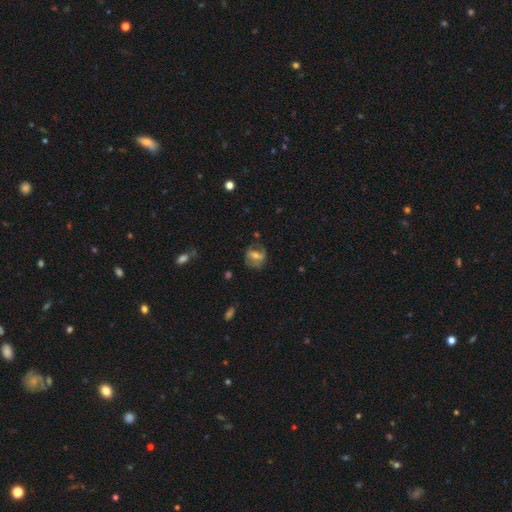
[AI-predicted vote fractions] This appears to be a featured or disk galaxy (53%). Merging: none (63%).